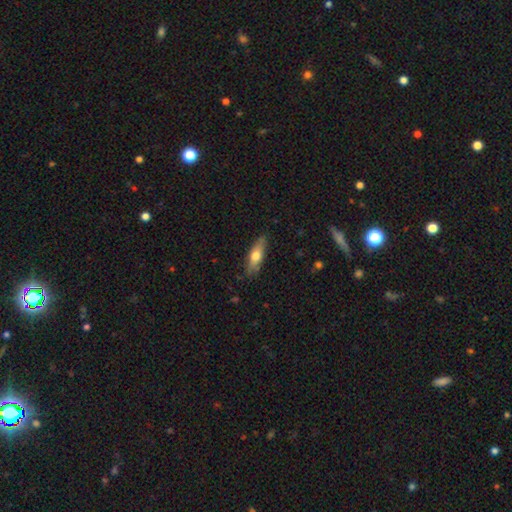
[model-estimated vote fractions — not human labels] This appears to be a smooth galaxy with no disk features (63%) that is cigar-shaped (50%). Merging: none (85%).